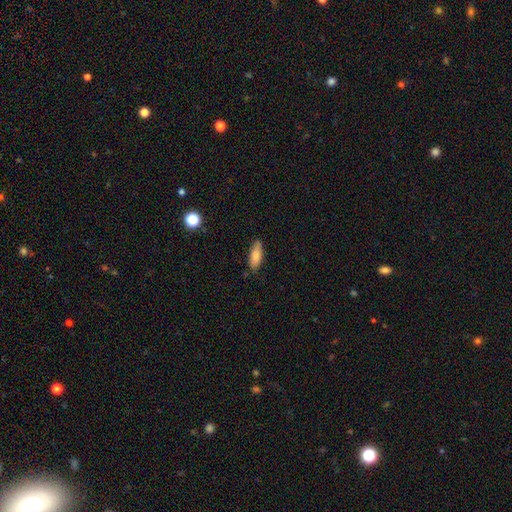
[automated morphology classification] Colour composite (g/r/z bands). It shows a smooth galaxy with no disk features (83%) that is in between round and cigar-shaped (69%). Merging: none (78%).